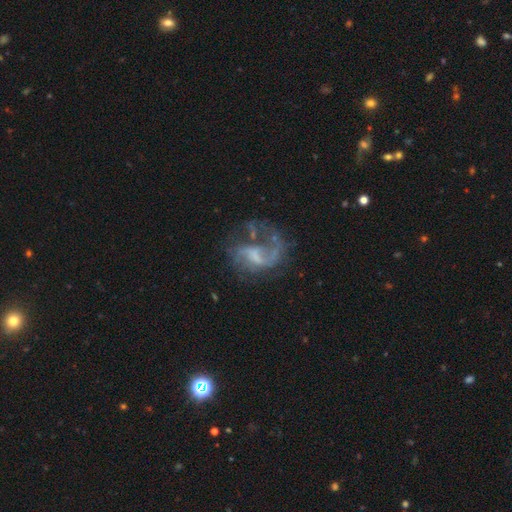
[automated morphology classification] This appears to be a featured or disk galaxy (78%) with a weak bar (49%), 2 (41%, tied with 1) loose (61%) spiral arms (82%) and no central bulge (43%). Merging: none (39%, tied with major disturbance).